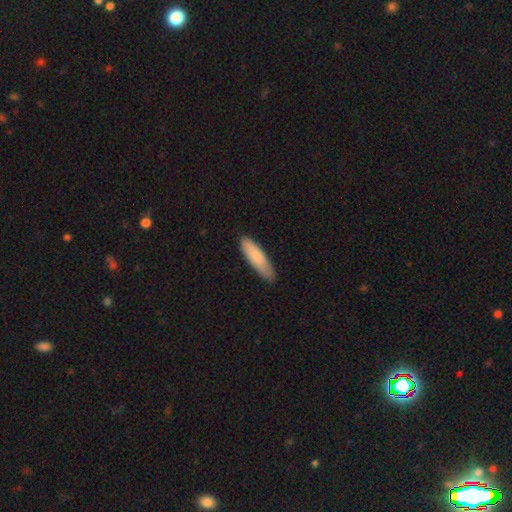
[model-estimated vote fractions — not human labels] Smooth or featured: smooth — 82% (featured or disk — 13%)
How rounded: cigar-shaped — 65% (in between — 34%)
Merging: none — 78% (minor disturbance — 18%)